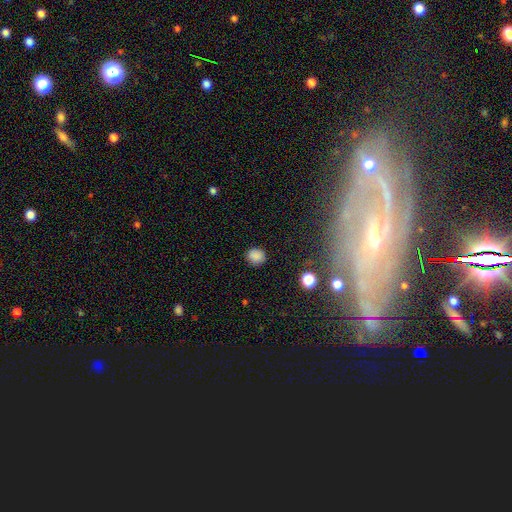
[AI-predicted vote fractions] This is clearly a smooth galaxy (85%). How rounded: likely round (78%). Merging: clearly none (86%).